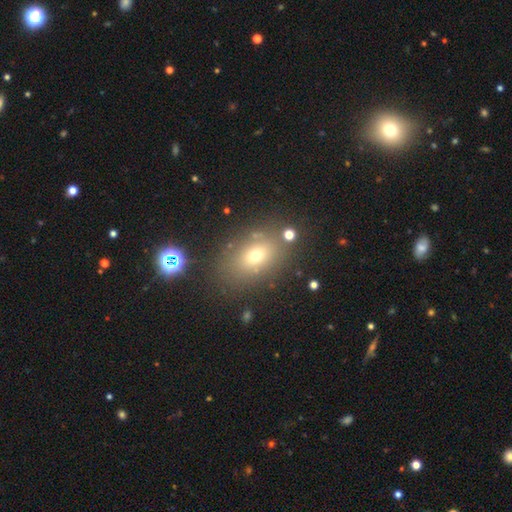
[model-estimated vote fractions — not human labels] Q: Smooth or featured?
A: smooth (66%); runner-up: star or artifact (18%)
Q: How rounded?
A: in between (73%); runner-up: round (25%)
Q: Merging?
A: none (77%); runner-up: minor disturbance (12%)